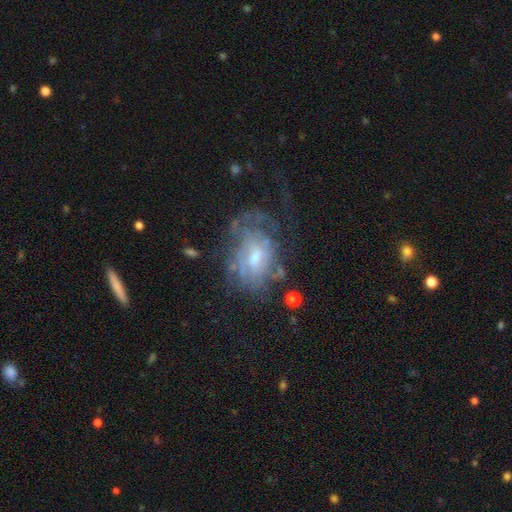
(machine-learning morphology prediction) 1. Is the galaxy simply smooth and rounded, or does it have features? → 70% featured or disk, 21% smooth, 9% star or artifact.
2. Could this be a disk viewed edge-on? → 96% no, 4% yes.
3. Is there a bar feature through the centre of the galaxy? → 61% no, 34% weak, 5% strong.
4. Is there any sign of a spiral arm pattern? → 66% yes, 34% no.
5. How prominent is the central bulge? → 50% moderate, 40% small, 5% large, 3% none, 1% dominant.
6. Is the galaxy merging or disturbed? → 43% none, 31% major disturbance, 23% minor disturbance, 3% merger.